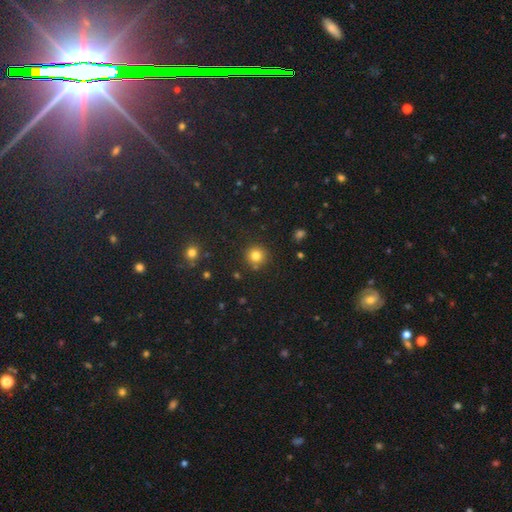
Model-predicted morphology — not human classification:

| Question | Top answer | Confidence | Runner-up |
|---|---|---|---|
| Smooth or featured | smooth | 80% | star or artifact (13%) |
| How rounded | round | 94% | in between (5%) |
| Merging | none | 85% | minor disturbance (8%) |